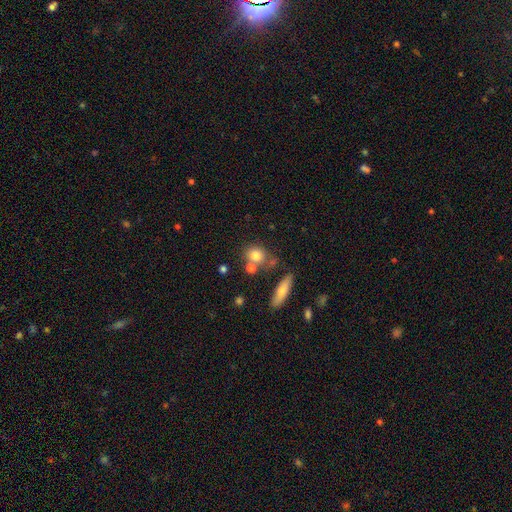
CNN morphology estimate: Smooth or featured? Predicted: smooth (p=0.77). How rounded? Predicted: round (p=0.66). Merging? Predicted: none (p=0.59).